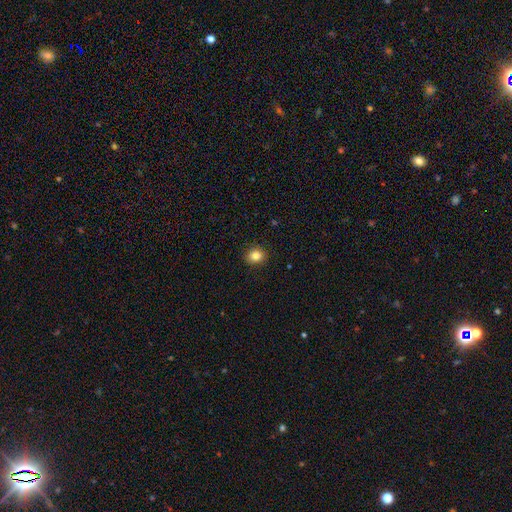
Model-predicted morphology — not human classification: Q: Smooth or featured?
A: smooth (85%); runner-up: star or artifact (10%)
Q: How rounded?
A: round (62%); runner-up: in between (37%)
Q: Merging?
A: none (91%); runner-up: minor disturbance (6%)